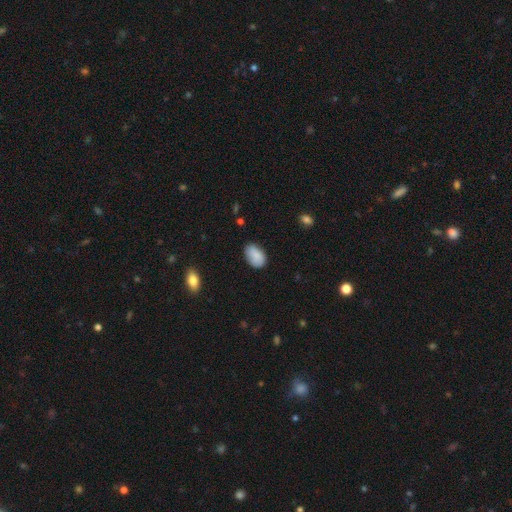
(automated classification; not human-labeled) Smooth or featured? Predicted: smooth (p=0.87). How rounded? Predicted: in between (p=0.90). Merging? Predicted: none (p=0.73).